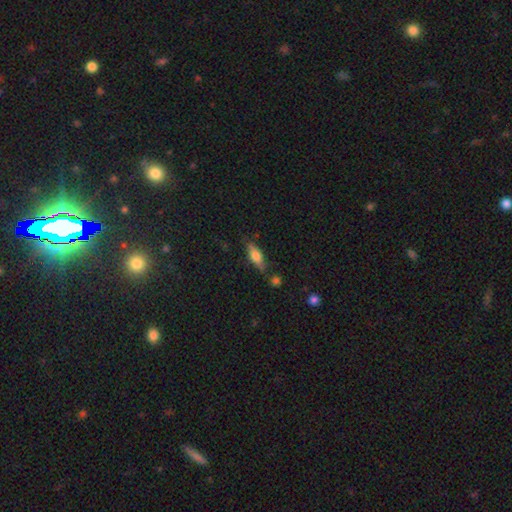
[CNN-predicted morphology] type=smooth (56%); roundness=in between (51%); merging=none (72%).